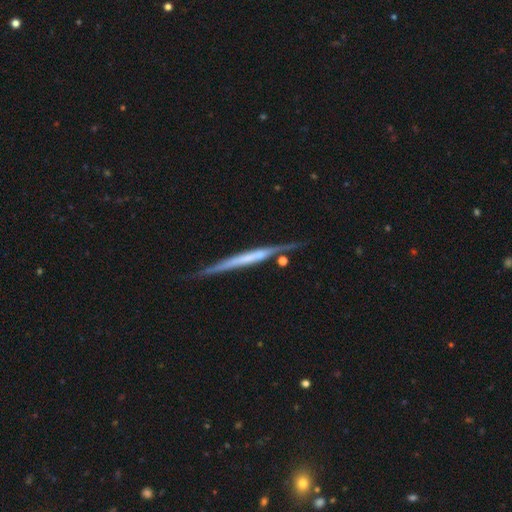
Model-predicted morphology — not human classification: smooth-or-featured: featured or disk: 69% | smooth: 26% | star or artifact: 5%
  disk-edge-on: yes: 96% | no: 4%
    edge-on-bulge: none: 72% | rounded: 15% | boxy: 13%
  merging: none: 74% | minor disturbance: 17% | merger: 5% | major disturbance: 4%